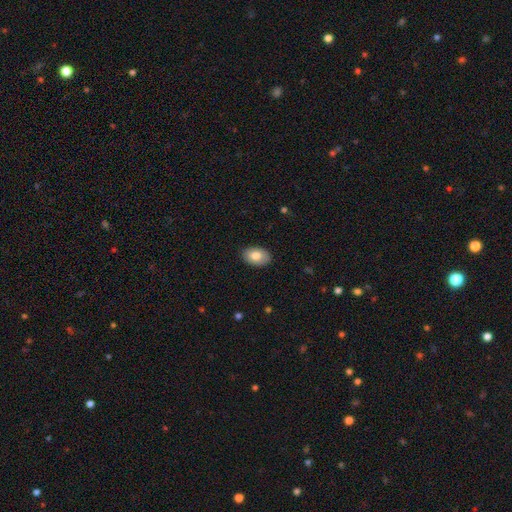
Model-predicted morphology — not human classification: smooth-or-featured: smooth: 81% | featured or disk: 13% | star or artifact: 7%
  how-rounded: in between: 88% | round: 11% | cigar-shaped: 1%
  merging: none: 88% | minor disturbance: 9% | major disturbance: 2% | merger: 1%